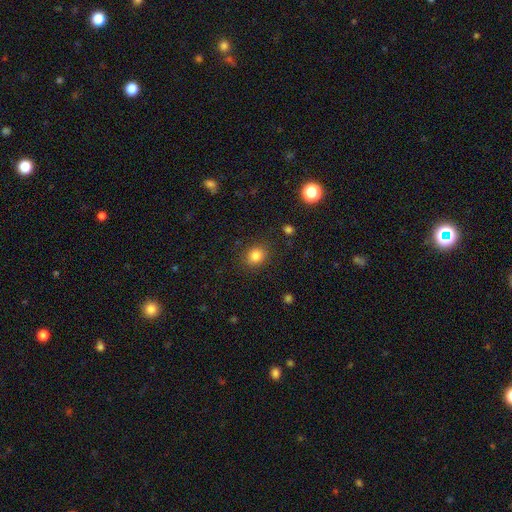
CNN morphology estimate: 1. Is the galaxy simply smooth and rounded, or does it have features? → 84% smooth, 11% star or artifact, 5% featured or disk.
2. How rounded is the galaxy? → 69% round, 31% in between, 1% cigar-shaped.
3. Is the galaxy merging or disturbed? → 86% none, 9% minor disturbance, 3% major disturbance, 1% merger.